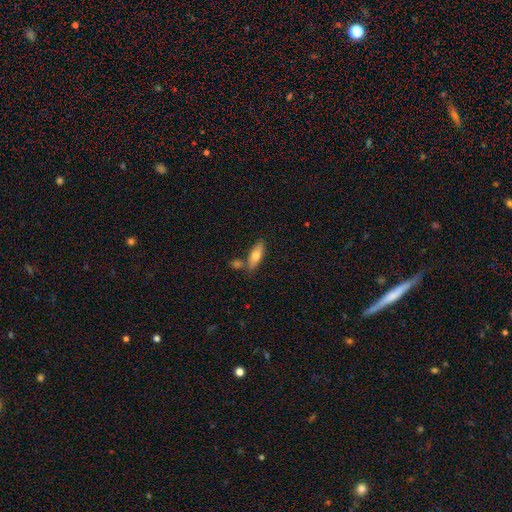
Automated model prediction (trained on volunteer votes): A smooth galaxy with no disk features (72%) that is in between round and cigar-shaped (59%).

Vote fractions:
- Smooth or featured? smooth: 72% / featured or disk: 22% / star or artifact: 6%
- How rounded? in between: 59% / cigar-shaped: 38% / round: 3%
- Merging? none: 66% / merger: 16% / minor disturbance: 14% / major disturbance: 4%